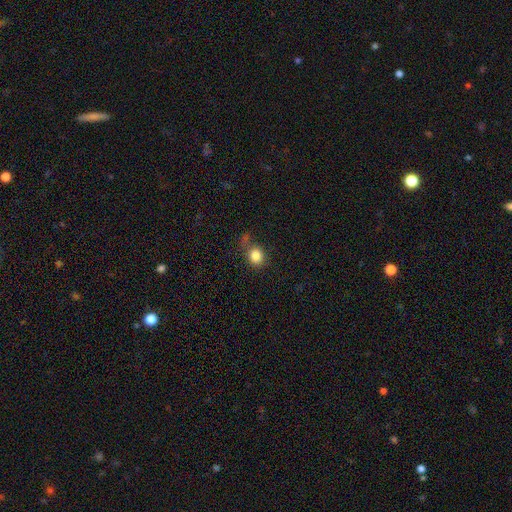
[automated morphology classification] Smooth or featured? smooth (84%)
How rounded? round (73%)
Merging? none (66%)